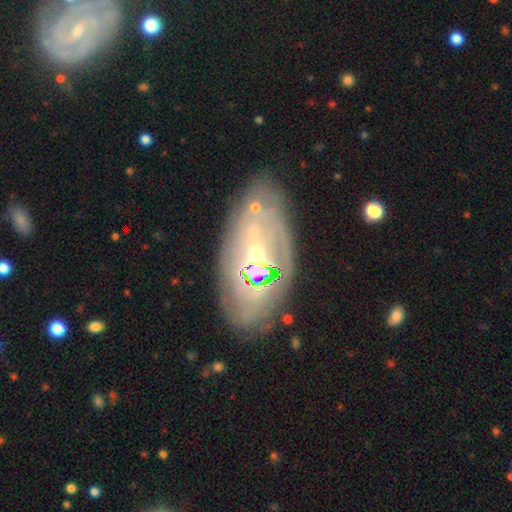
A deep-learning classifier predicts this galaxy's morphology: This appears to be a featured or disk galaxy (68%) with no bar (56%), spiral arms (52%) and a moderate central bulge (43%). Merging: none (71%).